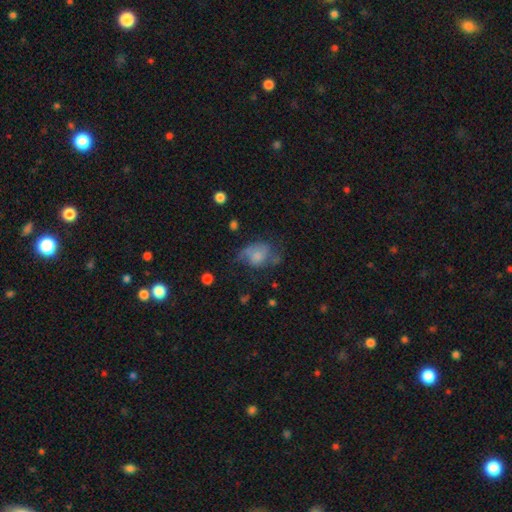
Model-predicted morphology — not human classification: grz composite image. It shows a featured or disk galaxy (45%). Merging: none (45%).